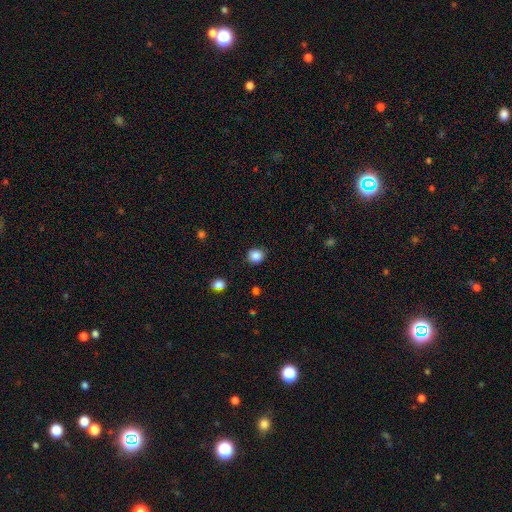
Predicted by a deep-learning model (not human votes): smooth_or_featured: smooth (p=0.86) [alt: star or artifact p=0.10]
how_rounded: round (p=0.82) [alt: in between p=0.17]
merging: none (p=0.86) [alt: minor disturbance p=0.10]